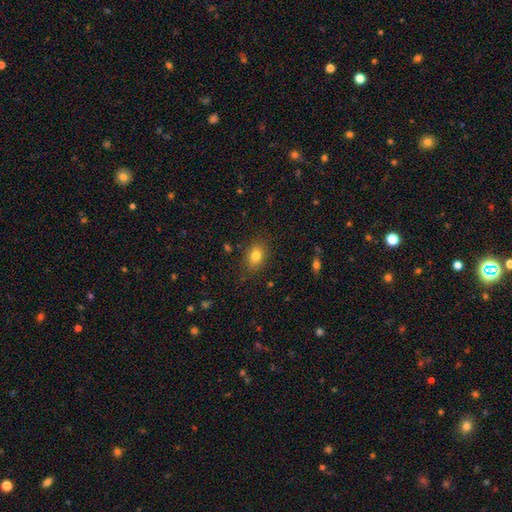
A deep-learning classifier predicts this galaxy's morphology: smooth_or_featured: smooth (p=0.81) [alt: star or artifact p=0.11]
how_rounded: in between (p=0.69) [alt: round p=0.29]
merging: none (p=0.84) [alt: minor disturbance p=0.11]